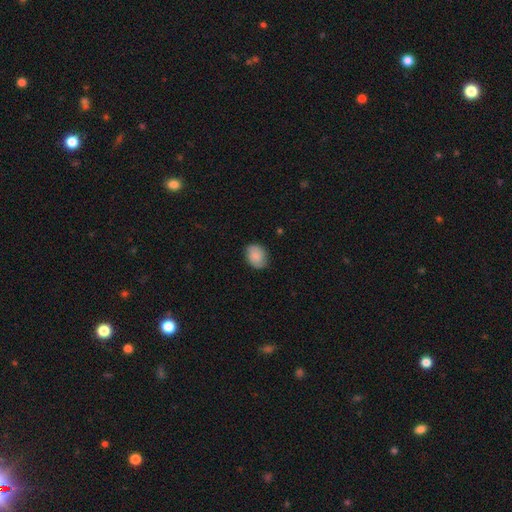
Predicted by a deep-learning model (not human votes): This is clearly a smooth galaxy (80%). How rounded: likely in between (61%). Merging: clearly none (80%).